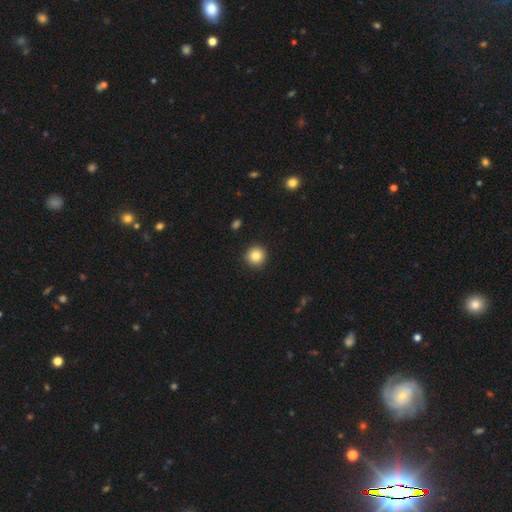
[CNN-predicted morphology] smooth_or_featured: smooth (p=0.84) [alt: star or artifact p=0.10]
how_rounded: round (p=0.95) [alt: in between p=0.04]
merging: none (p=0.92) [alt: minor disturbance p=0.05]